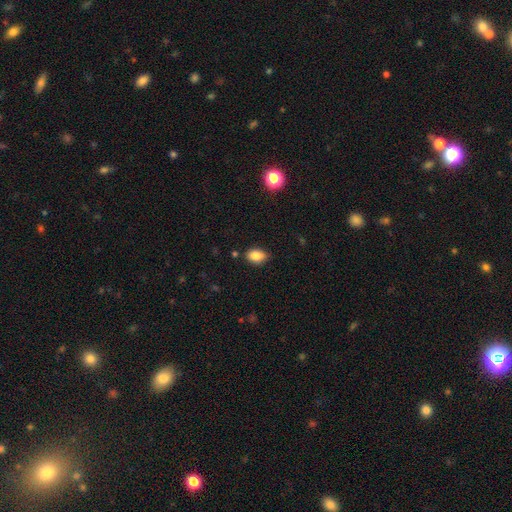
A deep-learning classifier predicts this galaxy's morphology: This is clearly a smooth galaxy (84%). How rounded: clearly in between (81%). Merging: likely none (78%).